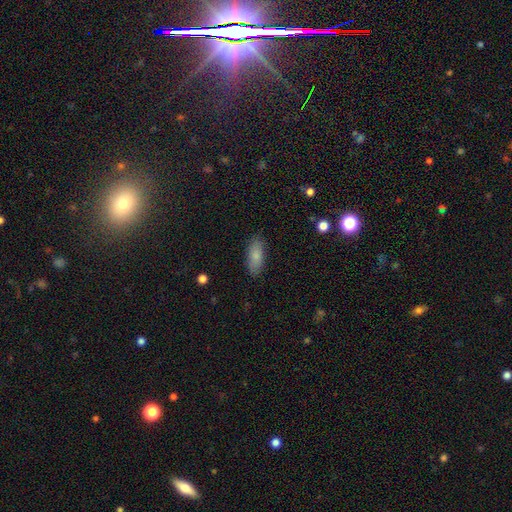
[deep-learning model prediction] A smooth galaxy with no disk features (84%) that is in between round and cigar-shaped (82%). Merging: none (86%).